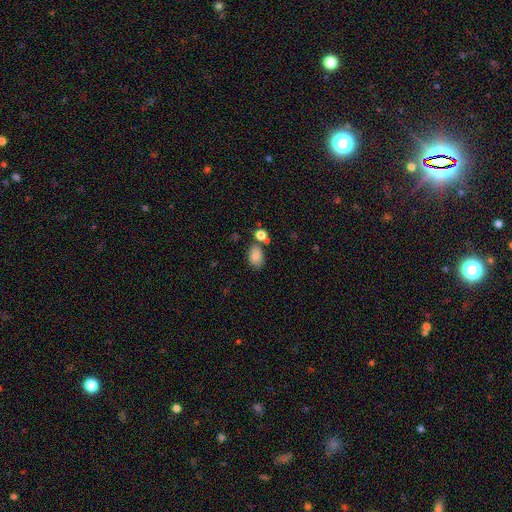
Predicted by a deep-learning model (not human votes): The model was most divided on "merging": none: 61%, merger: 19%, minor disturbance: 15%, major disturbance: 5%. More confident: smooth or featured — smooth (83%); how rounded — in between (83%).